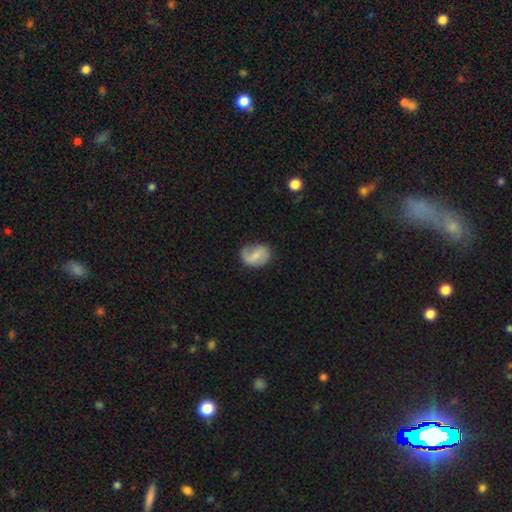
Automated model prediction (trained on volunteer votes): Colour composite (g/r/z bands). It shows a featured or disk galaxy (53%) with a weak bar (47%), spiral arms (83%) and a small central bulge (50%). Merging: none (56%).